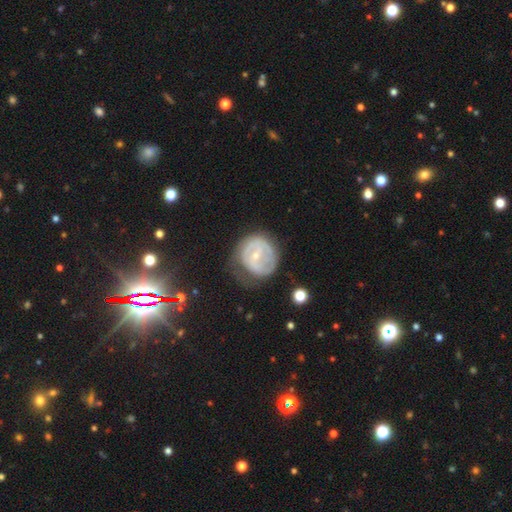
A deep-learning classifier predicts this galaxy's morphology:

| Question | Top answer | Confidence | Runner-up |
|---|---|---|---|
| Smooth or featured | featured or disk | 66% | smooth (27%) |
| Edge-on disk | no | 97% | yes (3%) |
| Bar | no | 44% | weak (42%) |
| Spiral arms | yes | 71% | no (29%) |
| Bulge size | small | 73% | moderate (23%) |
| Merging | none | 46% | minor disturbance (31%) |